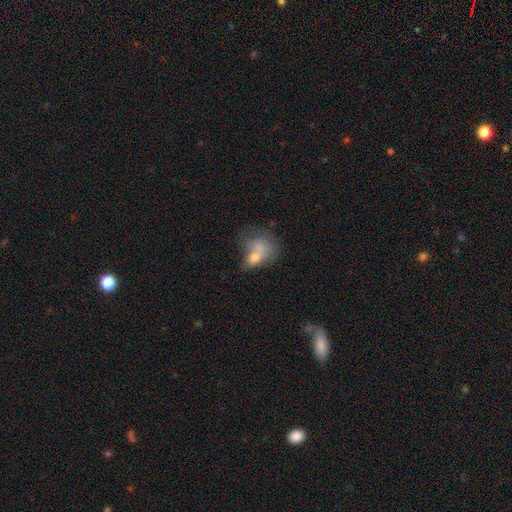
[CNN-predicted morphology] This appears to be a smooth galaxy with no disk features (61%) that is in between round and cigar-shaped (57%). Merging: merger (53%).